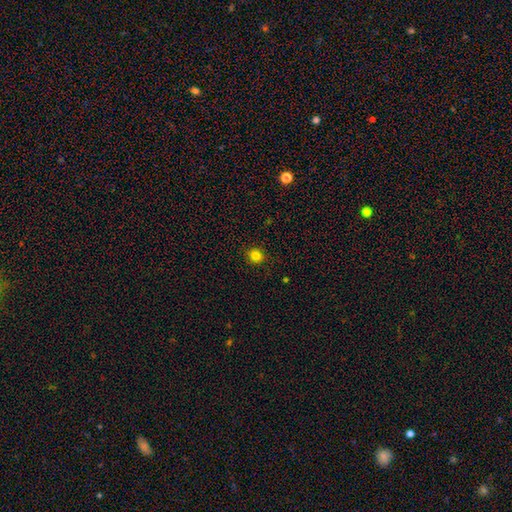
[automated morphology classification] This is clearly a smooth galaxy (83%). How rounded: clearly round (87%). Merging: clearly none (90%).